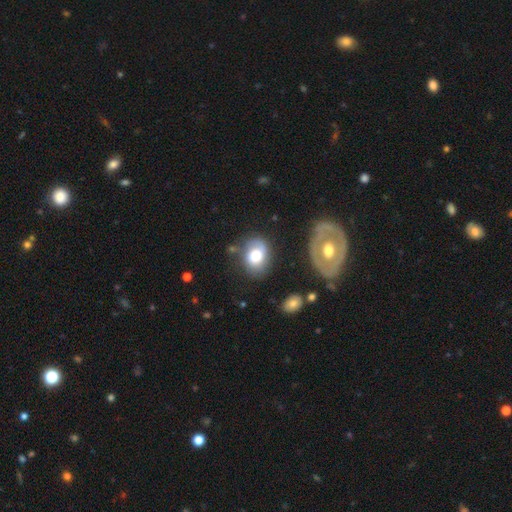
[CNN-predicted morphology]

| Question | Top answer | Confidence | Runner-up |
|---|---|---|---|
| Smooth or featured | smooth | 53% | featured or disk (38%) |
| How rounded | in between | 55% | round (44%) |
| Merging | none | 57% | minor disturbance (25%) |